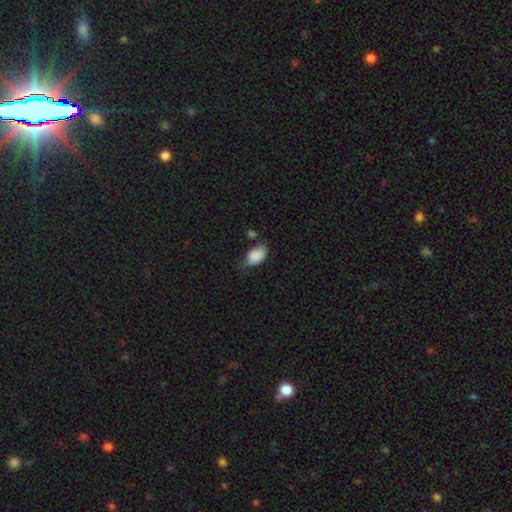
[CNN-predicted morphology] Q: Smooth or featured?
A: smooth (87%); runner-up: star or artifact (8%)
Q: How rounded?
A: in between (90%); runner-up: round (8%)
Q: Merging?
A: minor disturbance (44%); runner-up: none (37%)